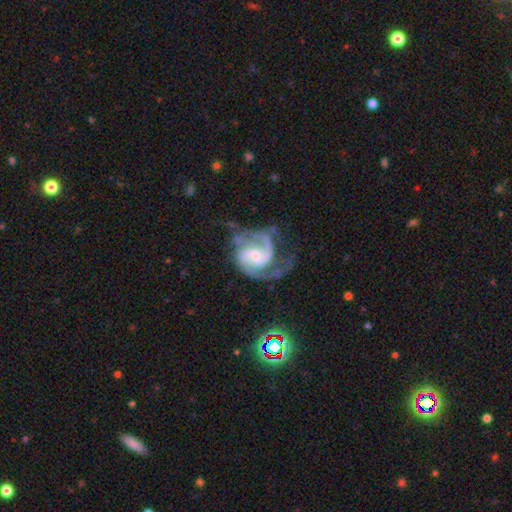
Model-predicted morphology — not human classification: featured or disk 91%, smooth 5%, star or artifact 4%. Down the decision tree: edge-on disk — no (98%); bar — weak (45%); spiral arms — yes (98%); spiral arm count — 2 (78%); spiral winding — medium (54%); bulge size — small (46%); merging — none (58%).